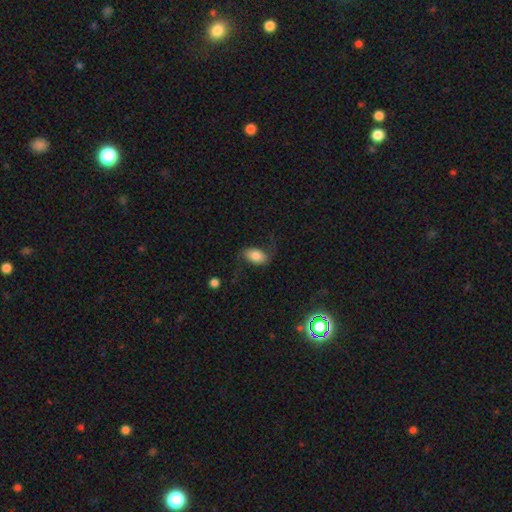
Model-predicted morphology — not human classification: type=smooth (61%); roundness=in between (90%); merging=none (59%).